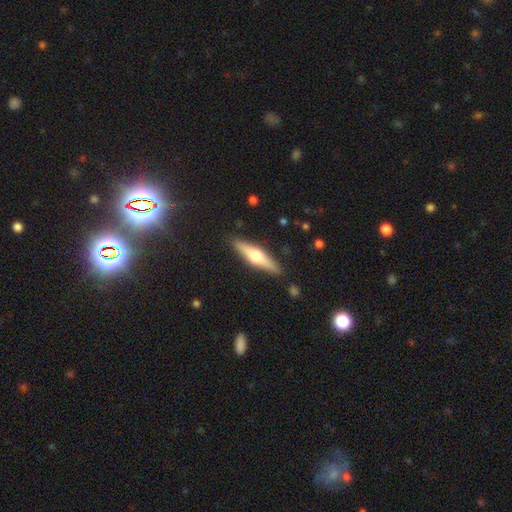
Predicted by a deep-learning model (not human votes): Smooth or featured? featured or disk (55%)
Edge-on disk? yes (94%)
Edge-on bulge? rounded (93%)
Merging? none (88%)